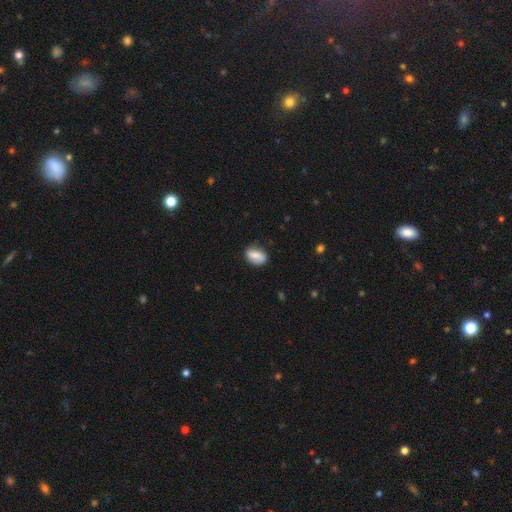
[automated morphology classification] This is likely a smooth galaxy (68%). How rounded: clearly in between (81%). Merging: likely none (74%).